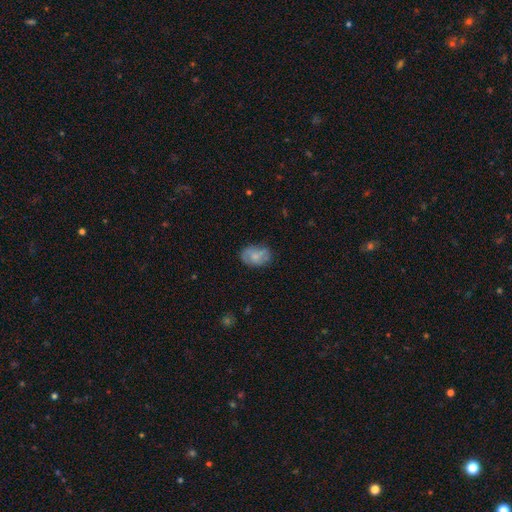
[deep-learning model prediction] Smooth or featured? smooth (63%)
How rounded? in between (82%)
Merging? none (64%)